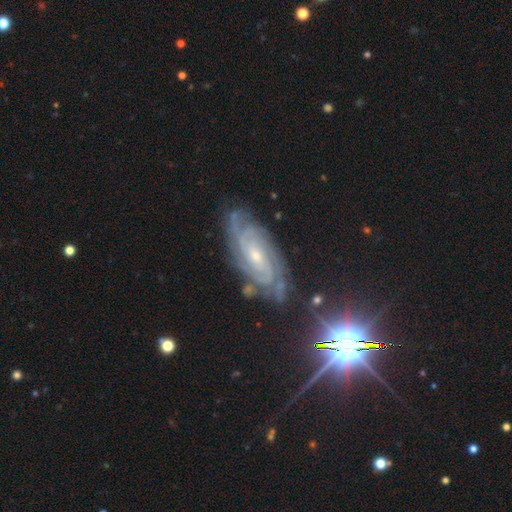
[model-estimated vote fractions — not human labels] Smooth or featured? Predicted: featured or disk (p=0.84). Edge-on disk? Predicted: no (p=0.93). Bar? Predicted: no (p=0.58). Spiral arms? Predicted: yes (p=0.98). Spiral winding? Predicted: tight (p=0.73). Spiral arm count? Predicted: can't tell (p=0.30). Bulge size? Predicted: small (p=0.73). Merging? Predicted: none (p=0.78).